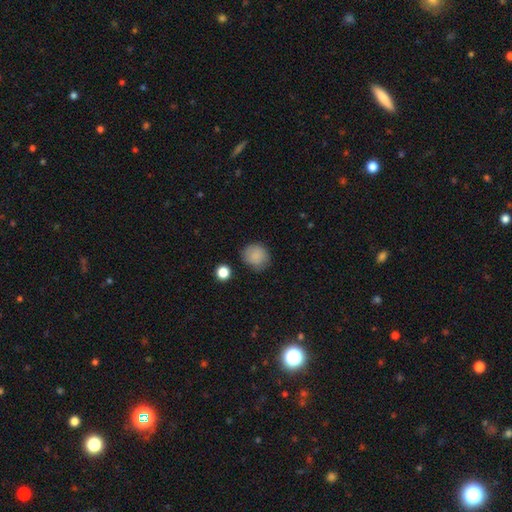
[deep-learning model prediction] Smooth or featured: smooth — 85% (star or artifact — 9%)
How rounded: round — 84% (in between — 15%)
Merging: none — 77% (minor disturbance — 17%)